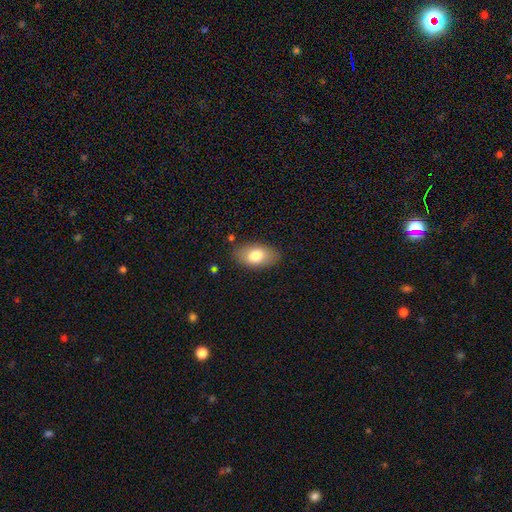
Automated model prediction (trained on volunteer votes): Q: Smooth or featured?
A: smooth (78%); runner-up: featured or disk (15%)
Q: How rounded?
A: in between (92%); runner-up: round (6%)
Q: Merging?
A: none (83%); runner-up: minor disturbance (12%)